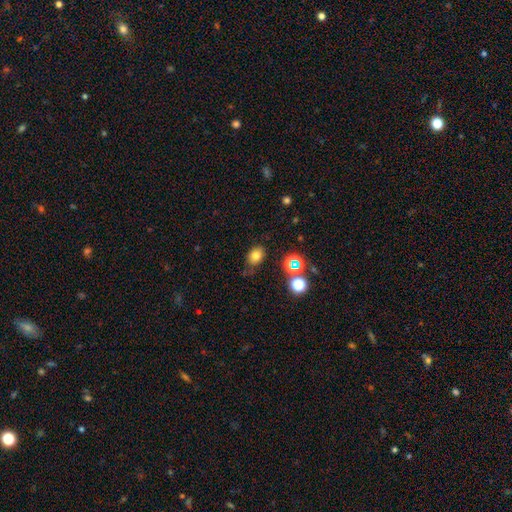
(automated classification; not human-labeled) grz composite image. It shows a smooth galaxy with no disk features (74%) that is in between round and cigar-shaped (65%). Merging: none (72%).